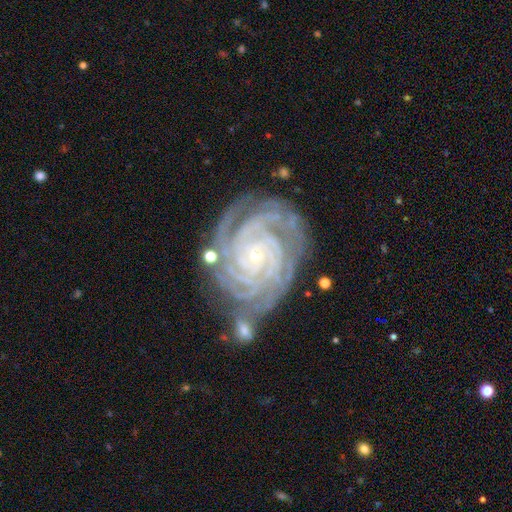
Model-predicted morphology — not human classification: Q: Smooth or featured?
A: featured or disk (92%); runner-up: star or artifact (5%)
Q: Edge-on disk?
A: no (98%); runner-up: yes (2%)
Q: Bar?
A: no (73%); runner-up: weak (17%)
Q: Spiral arms?
A: yes (99%); runner-up: no (1%)
Q: Spiral winding?
A: tight (86%); runner-up: medium (13%)
Q: Spiral arm count?
A: 4 (38%); runner-up: more than 4 (22%)
Q: Bulge size?
A: small (87%); runner-up: moderate (10%)
Q: Merging?
A: none (68%); runner-up: minor disturbance (18%)